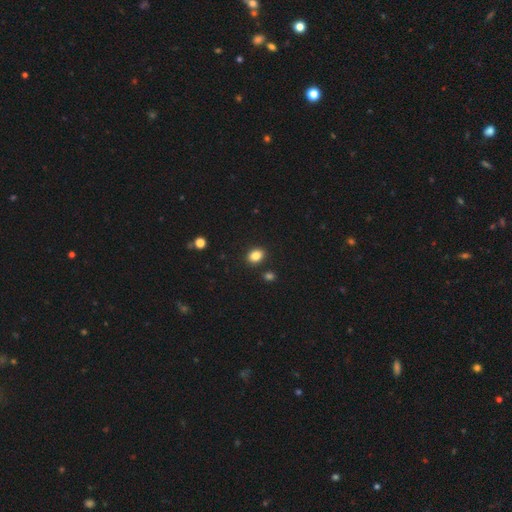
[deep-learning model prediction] Morphology: type=smooth (85%); roundness=in between (64%); merging=none (86%).